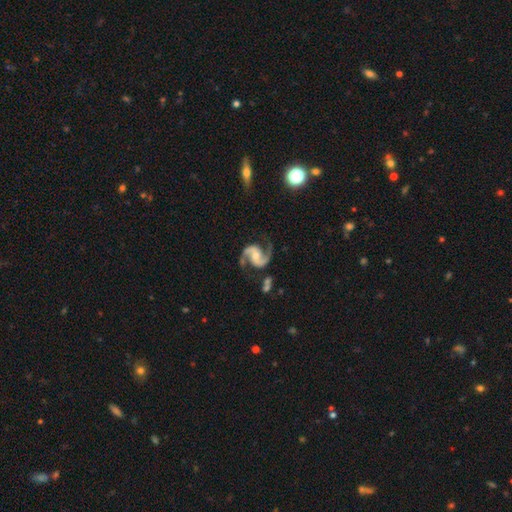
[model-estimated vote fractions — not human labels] The model was most divided on "bulge size": moderate: 42%, small: 40%, none: 12%, large: 5%, dominant: 1%. Remaining: spiral arms — yes (99%); edge-on disk — no (98%); spiral arm count — 2 (94%); smooth or featured — featured or disk (93%); merging — none (76%); spiral winding — medium (62%); bar — no (45%).